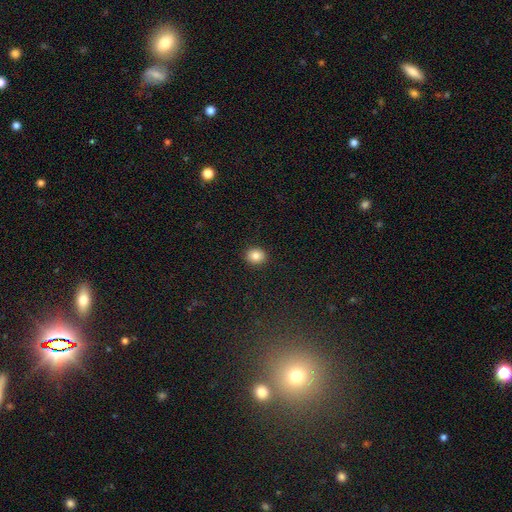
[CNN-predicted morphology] smooth 85%, star or artifact 10%, featured or disk 6%. Down the decision tree: how rounded — round (66%); merging — none (91%).